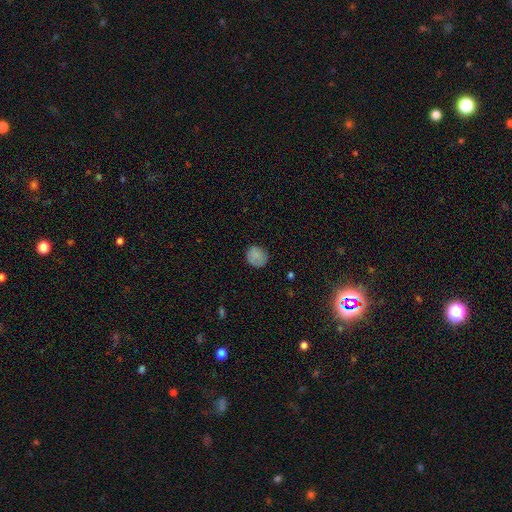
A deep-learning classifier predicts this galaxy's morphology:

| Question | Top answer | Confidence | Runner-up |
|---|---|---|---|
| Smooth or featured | smooth | 84% | star or artifact (10%) |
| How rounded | round | 79% | in between (20%) |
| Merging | none | 82% | minor disturbance (14%) |